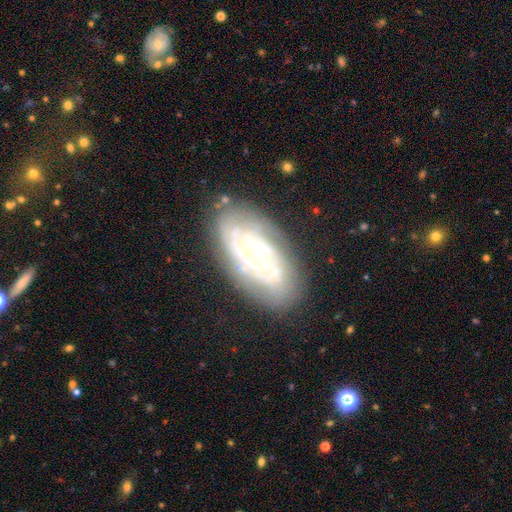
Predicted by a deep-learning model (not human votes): This appears to be a featured or disk galaxy (79%) with no bar (74%), tight (73%) spiral arms (82%) and a small central bulge (49%). Merging: none (77%).